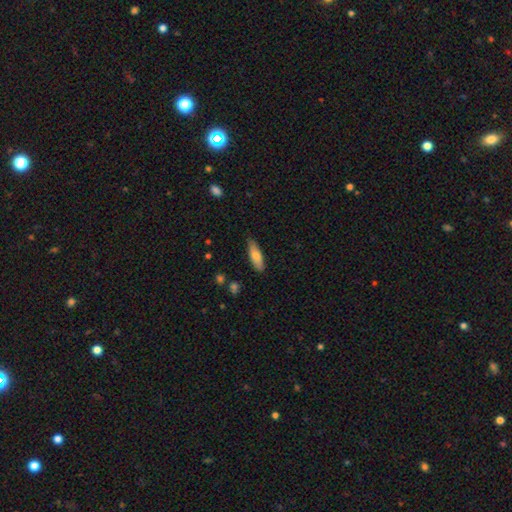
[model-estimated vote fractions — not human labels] Smooth or featured?
  - smooth: 73% *
  - featured or disk: 21%
  - star or artifact: 6%
How rounded?
  - in between: 51% *
  - cigar-shaped: 47%
  - round: 2%
Merging?
  - none: 78% *
  - minor disturbance: 18%
  - major disturbance: 2%
  - merger: 1%